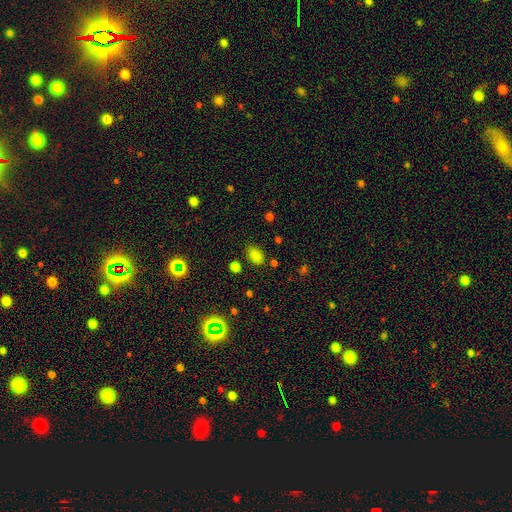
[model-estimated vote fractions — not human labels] Overall: smooth (78%). How rounded: in between (86%). Merging: none (80%).